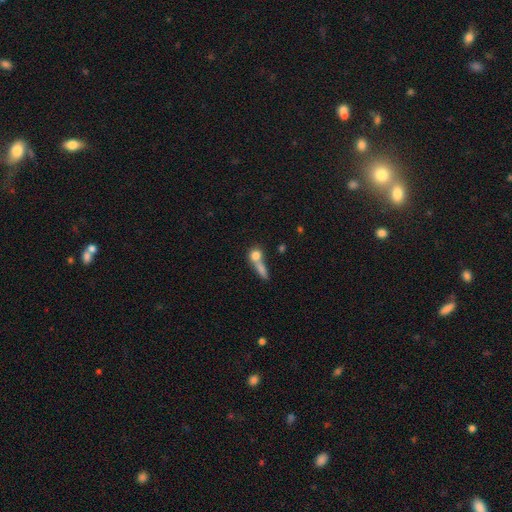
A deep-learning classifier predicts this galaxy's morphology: Smooth or featured? Predicted: smooth (p=0.75). How rounded? Predicted: round (p=0.59). Merging? Predicted: merger (p=0.47).